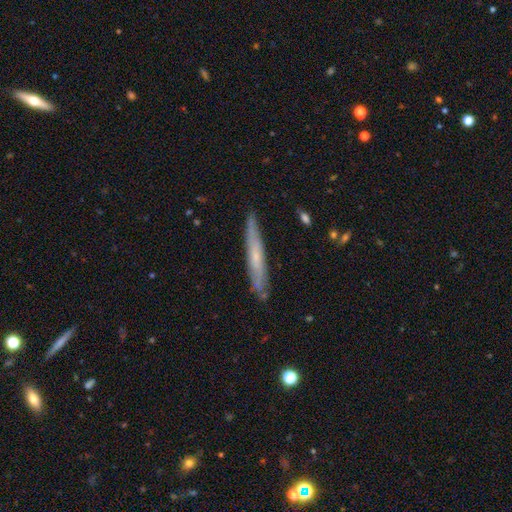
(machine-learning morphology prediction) Smooth or featured? featured or disk (50%)
Edge-on disk? yes (86%)
Merging? none (85%)